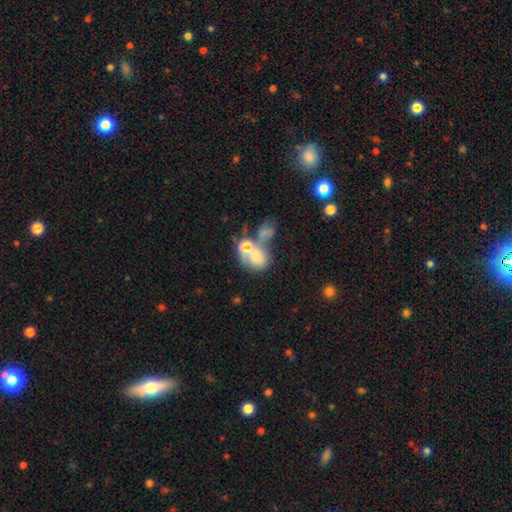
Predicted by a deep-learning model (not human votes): Smooth or featured? smooth (57%)
How rounded? in between (50%)
Merging? merger (61%)